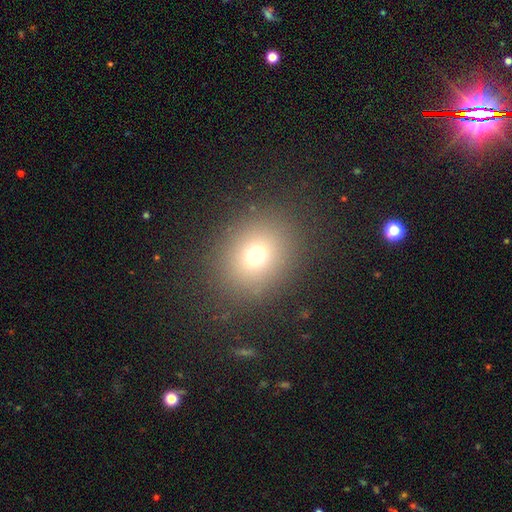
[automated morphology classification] Smooth or featured?
  - smooth: 71% *
  - star or artifact: 18%
  - featured or disk: 11%
How rounded?
  - round: 69% *
  - in between: 30%
  - cigar-shaped: 1%
Merging?
  - none: 86% *
  - minor disturbance: 8%
  - major disturbance: 5%
  - merger: 1%